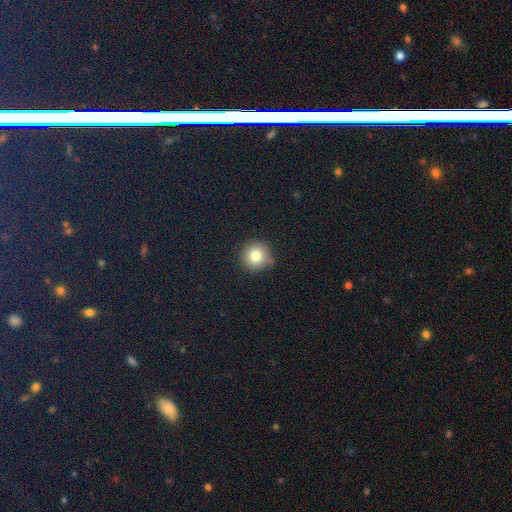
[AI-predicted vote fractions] Smooth or featured? smooth (81%)
How rounded? round (94%)
Merging? none (81%)